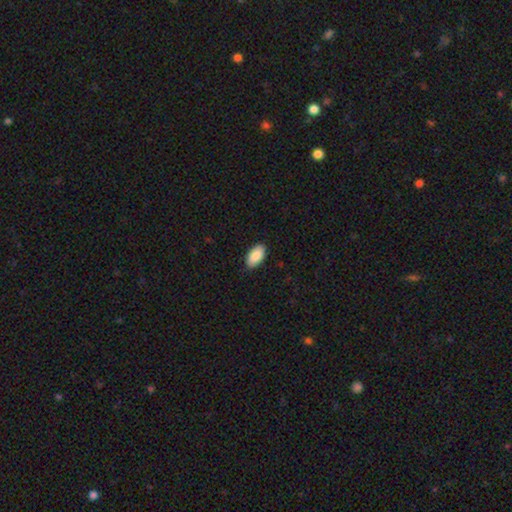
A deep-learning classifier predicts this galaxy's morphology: This appears to be a smooth galaxy with no disk features (88%) that is in between round and cigar-shaped (95%). Merging: none (88%).